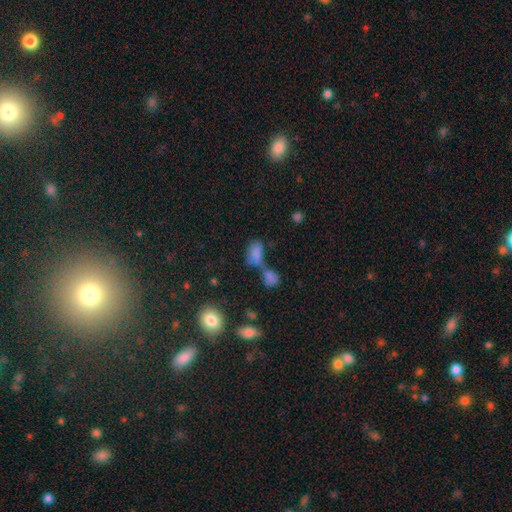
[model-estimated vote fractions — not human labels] This is likely a smooth galaxy (75%). How rounded: clearly in between (85%). Merging: possibly merger (54%).